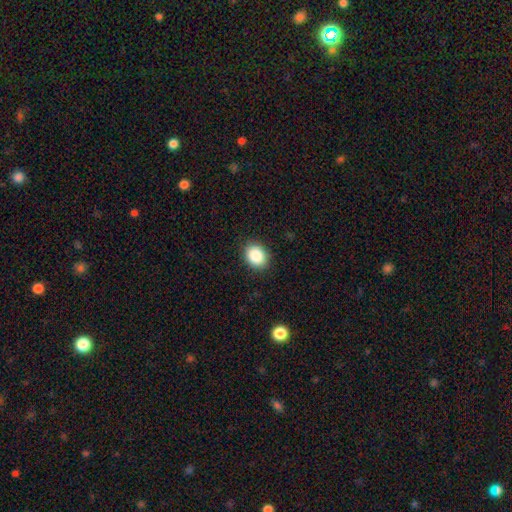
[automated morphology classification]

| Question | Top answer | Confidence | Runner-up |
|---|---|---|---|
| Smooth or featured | smooth | 87% | star or artifact (9%) |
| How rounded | round | 55% | in between (44%) |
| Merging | none | 88% | minor disturbance (8%) |